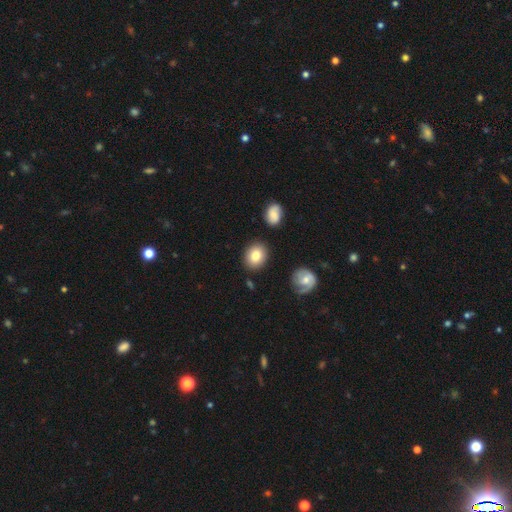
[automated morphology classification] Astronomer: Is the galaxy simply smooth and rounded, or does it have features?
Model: smooth — 79%.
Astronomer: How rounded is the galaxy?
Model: round — 61% (runner-up: in between, 38%).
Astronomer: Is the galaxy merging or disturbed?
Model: none — 85%.